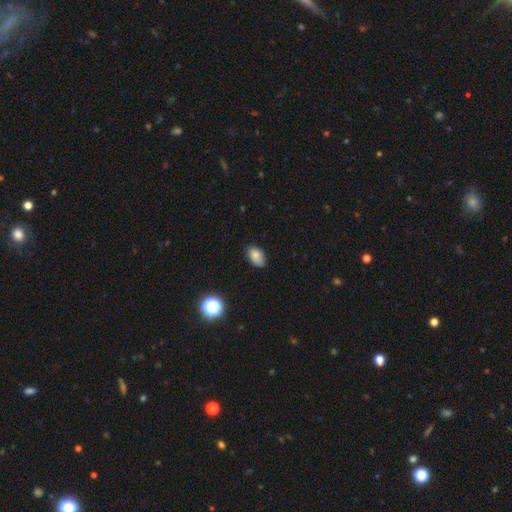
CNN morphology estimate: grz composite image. It shows a smooth galaxy with no disk features (81%) that is in between round and cigar-shaped (89%). Merging: none (79%).